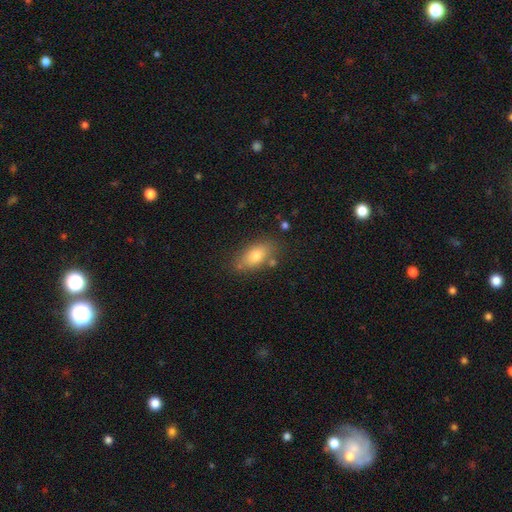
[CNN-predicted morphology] Smooth or featured: smooth — 74% (featured or disk — 18%)
How rounded: in between — 83% (cigar-shaped — 10%)
Merging: none — 75% (minor disturbance — 15%)